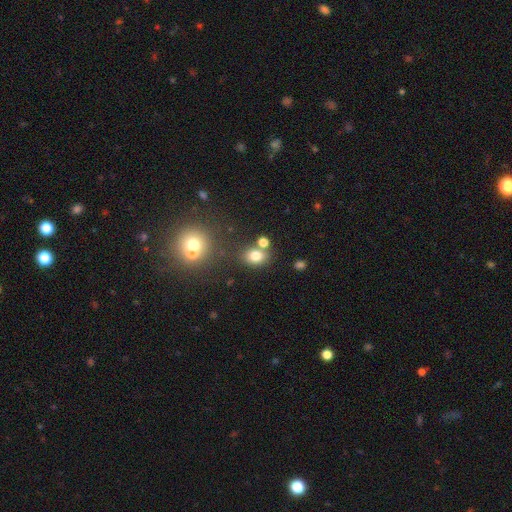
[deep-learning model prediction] smooth_or_featured: smooth (p=0.76) [alt: star or artifact p=0.15]
how_rounded: in between (p=0.51) [alt: round p=0.47]
merging: none (p=0.65) [alt: merger p=0.18]